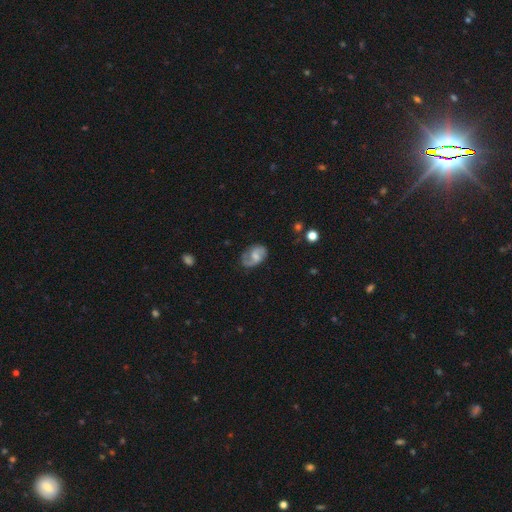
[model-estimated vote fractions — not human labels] Overall: featured or disk (68%). Edge-on disk: no (97%). Bar: weak (47%; no 43%). Spiral arms: yes (90%). Spiral arm count: 2 (79%). Spiral winding: medium (47%; loose 32%). Bulge size: moderate (42%; small 35%). Merging: none (69%).